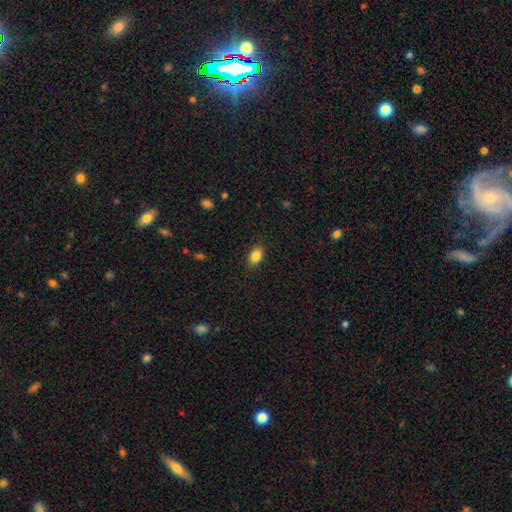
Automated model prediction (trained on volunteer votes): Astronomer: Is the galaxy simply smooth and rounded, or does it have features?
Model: smooth — 84%.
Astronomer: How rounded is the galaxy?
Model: in between — 84%.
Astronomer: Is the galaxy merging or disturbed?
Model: none — 86%.